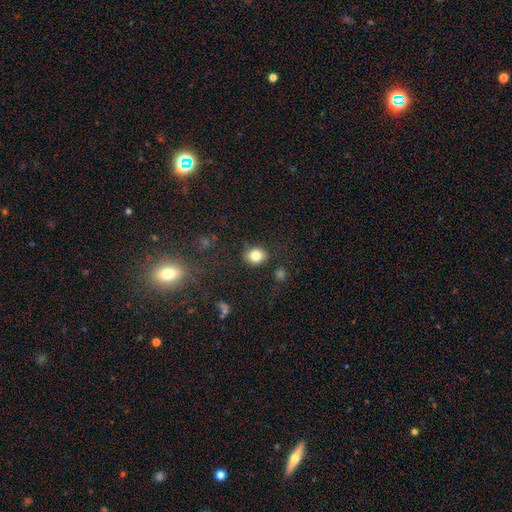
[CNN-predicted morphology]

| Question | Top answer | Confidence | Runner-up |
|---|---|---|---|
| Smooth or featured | smooth | 83% | star or artifact (10%) |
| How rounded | round | 61% | in between (38%) |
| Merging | none | 81% | minor disturbance (12%) |